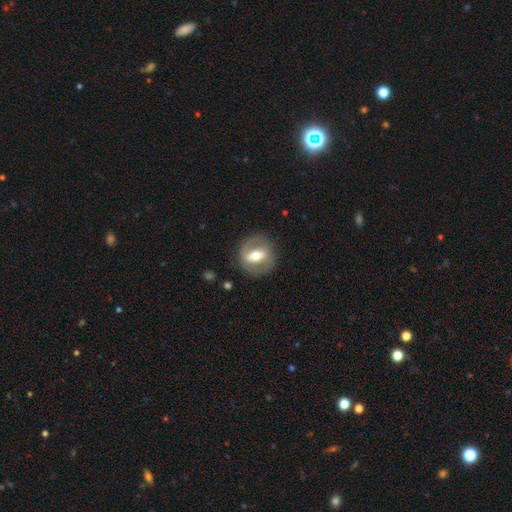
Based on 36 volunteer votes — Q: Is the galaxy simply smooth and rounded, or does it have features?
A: featured or disk — 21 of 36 (58%).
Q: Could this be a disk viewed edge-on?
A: no — 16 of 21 (76%).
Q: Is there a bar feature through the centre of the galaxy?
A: weak — 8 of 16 (50%).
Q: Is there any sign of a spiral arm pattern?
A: no — 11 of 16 (69%).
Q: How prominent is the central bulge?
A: moderate — 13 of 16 (81%).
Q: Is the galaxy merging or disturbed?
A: none — 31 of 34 (91%).